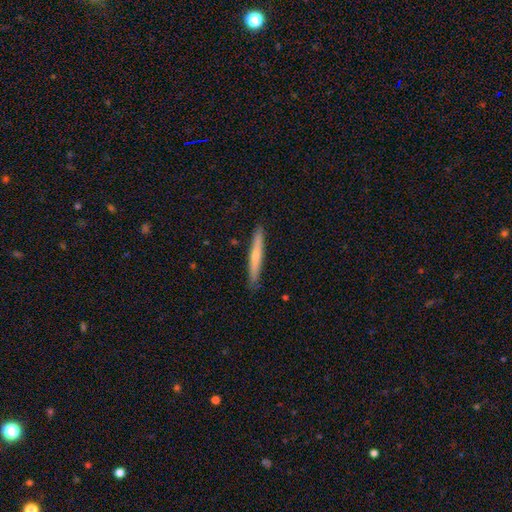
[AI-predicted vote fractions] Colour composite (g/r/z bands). It shows a smooth galaxy with no disk features (56%) that is cigar-shaped (96%). Merging: none (90%).